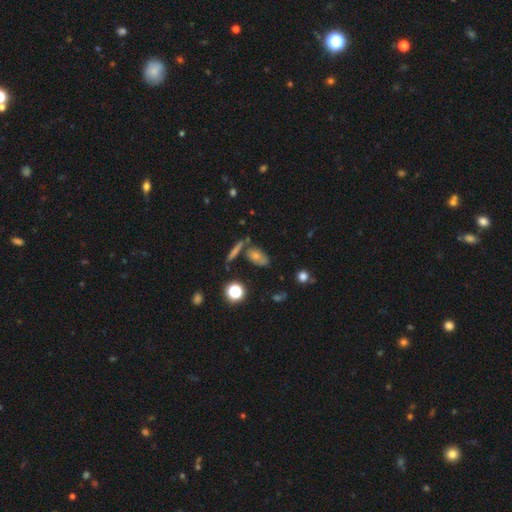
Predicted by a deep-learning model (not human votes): smooth-or-featured: smooth: 53% | featured or disk: 26% | star or artifact: 21%
  how-rounded: in between: 65% | round: 22% | cigar-shaped: 13%
  merging: none: 66% | merger: 15% | minor disturbance: 13% | major disturbance: 6%